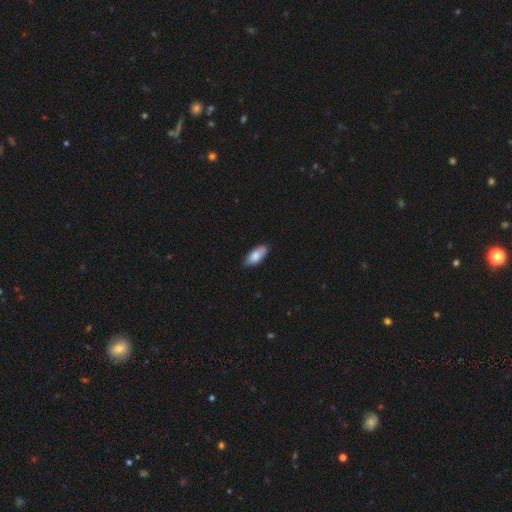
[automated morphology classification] smooth_or_featured: smooth (p=0.81) [alt: featured or disk p=0.13]
how_rounded: in between (p=0.85) [alt: cigar-shaped p=0.13]
merging: none (p=0.78) [alt: minor disturbance p=0.19]